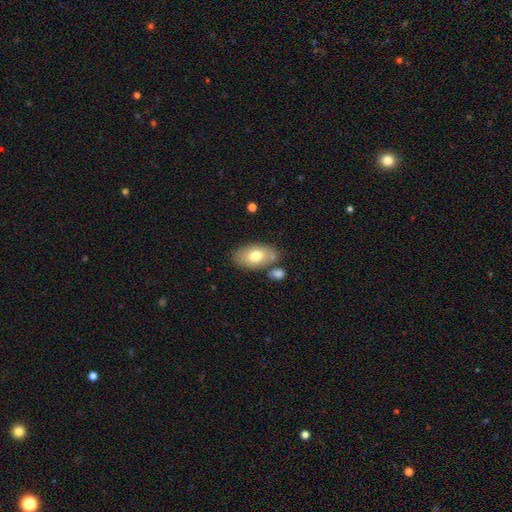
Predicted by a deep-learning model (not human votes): Smooth or featured: smooth — 73% (featured or disk — 20%)
How rounded: in between — 91% (round — 7%)
Merging: none — 69% (minor disturbance — 15%)